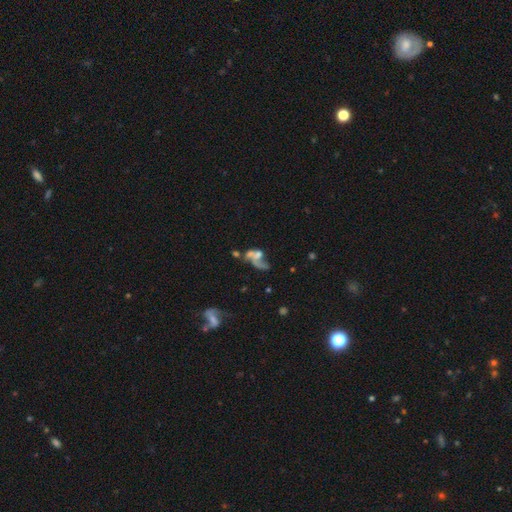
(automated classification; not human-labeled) Overall: featured or disk (52%; smooth 32%). Edge-on disk: no (95%). Merging: merger (41%; major disturbance 30%).